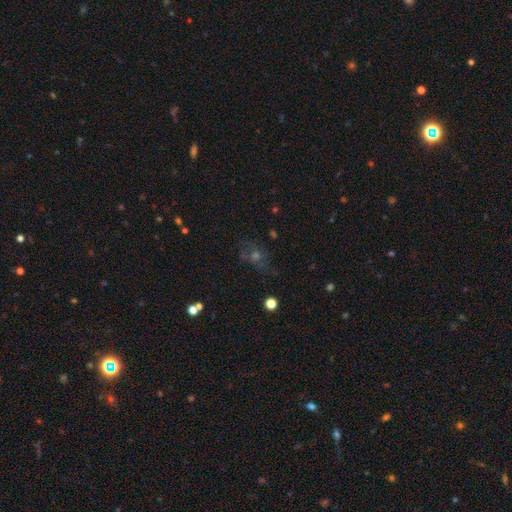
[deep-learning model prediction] Overall: star or artifact (39%; smooth 33%).